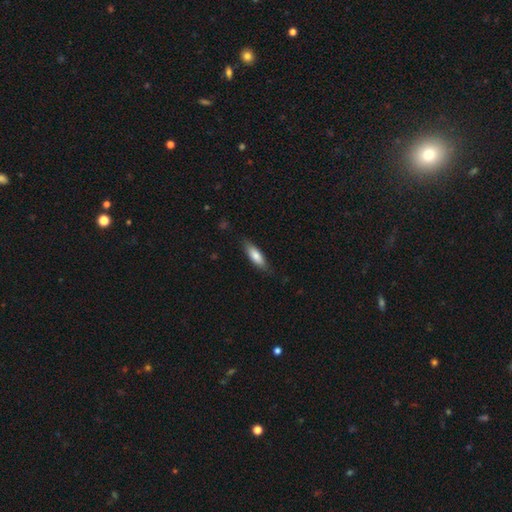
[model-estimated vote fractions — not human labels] Smooth or featured?
  - smooth: 77% *
  - featured or disk: 17%
  - star or artifact: 6%
How rounded?
  - in between: 53% *
  - cigar-shaped: 46%
  - round: 2%
Merging?
  - none: 81% *
  - minor disturbance: 15%
  - major disturbance: 3%
  - merger: 1%